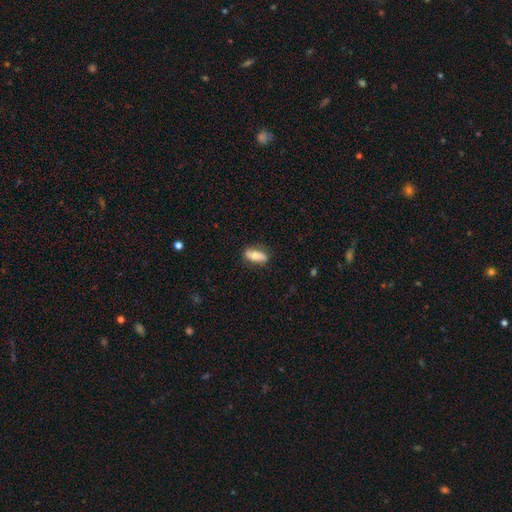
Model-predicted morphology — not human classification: Smooth or featured?
  - smooth: 66% *
  - featured or disk: 28%
  - star or artifact: 6%
How rounded?
  - in between: 71% *
  - cigar-shaped: 26%
  - round: 3%
Merging?
  - none: 83% *
  - minor disturbance: 13%
  - major disturbance: 3%
  - merger: 1%